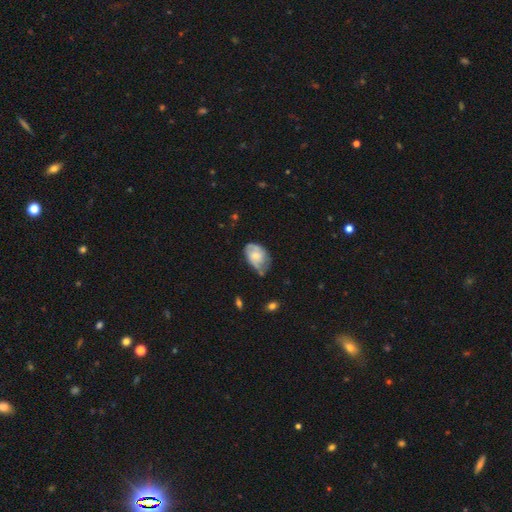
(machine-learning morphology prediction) Q: Smooth or featured?
A: featured or disk (49%); runner-up: smooth (44%)
Q: Merging?
A: none (48%); runner-up: minor disturbance (36%)